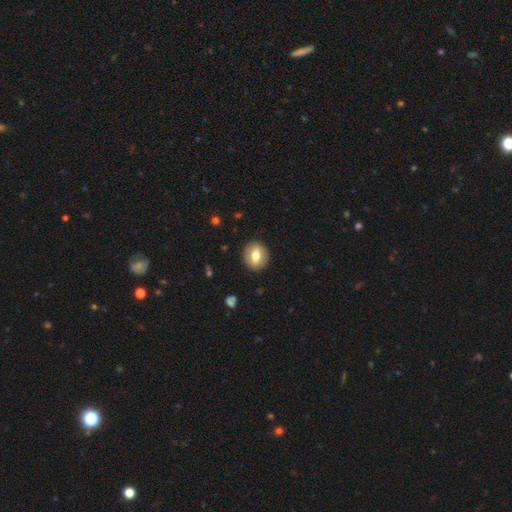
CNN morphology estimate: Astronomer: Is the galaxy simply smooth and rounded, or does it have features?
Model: smooth — 71%.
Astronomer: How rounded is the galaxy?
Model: round — 71%.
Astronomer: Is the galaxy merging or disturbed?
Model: none — 90%.